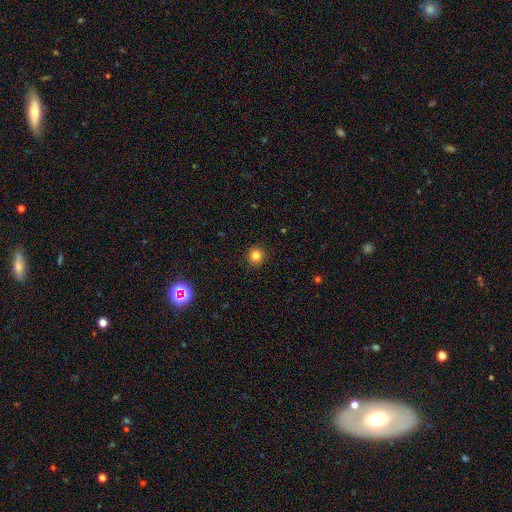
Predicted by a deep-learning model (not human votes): smooth 81%, star or artifact 13%, featured or disk 6%. Down the decision tree: how rounded — round (93%); merging — none (91%).